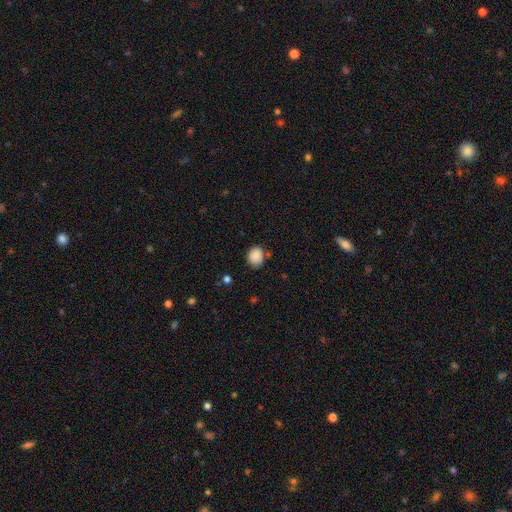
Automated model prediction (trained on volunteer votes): Q: Smooth or featured?
A: smooth (88%); runner-up: star or artifact (8%)
Q: How rounded?
A: round (60%); runner-up: in between (39%)
Q: Merging?
A: none (73%); runner-up: minor disturbance (18%)